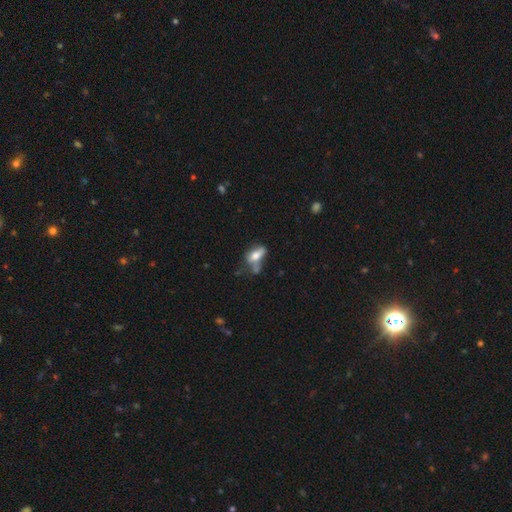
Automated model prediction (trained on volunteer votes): Smooth or featured? Predicted: smooth (p=0.63). How rounded? Predicted: in between (p=0.82). Merging? Predicted: none (p=0.31).